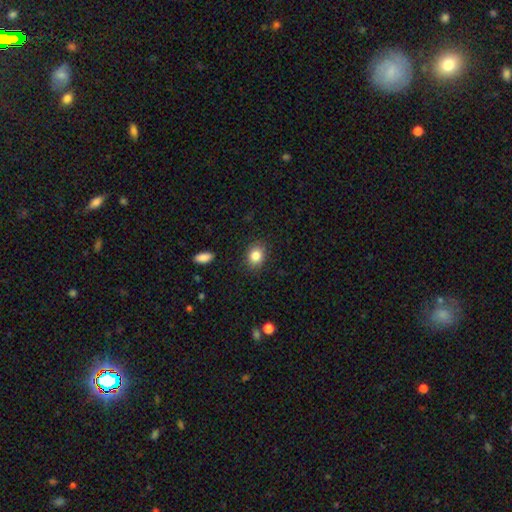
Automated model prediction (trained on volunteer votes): Smooth or featured?
  - smooth: 85% *
  - star or artifact: 9%
  - featured or disk: 6%
How rounded?
  - round: 52% *
  - in between: 47%
  - cigar-shaped: 1%
Merging?
  - none: 87% *
  - minor disturbance: 9%
  - major disturbance: 3%
  - merger: 1%